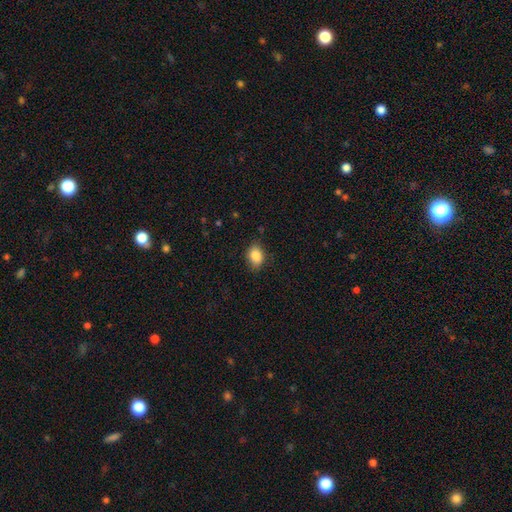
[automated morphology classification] smooth-or-featured: smooth: 86% | star or artifact: 9% | featured or disk: 5%
  how-rounded: in between: 70% | round: 28% | cigar-shaped: 1%
  merging: none: 82% | minor disturbance: 14% | major disturbance: 3% | merger: 1%